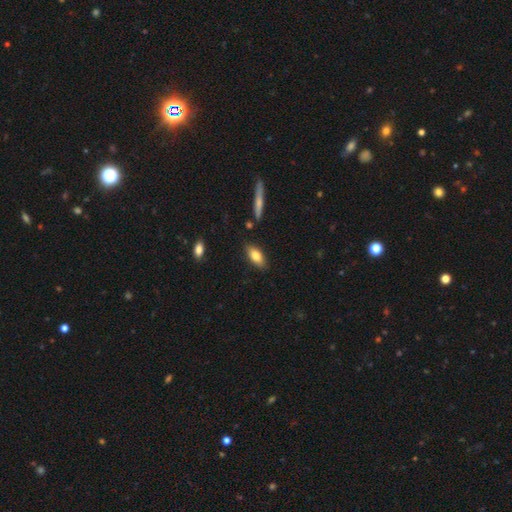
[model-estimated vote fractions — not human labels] This appears to be a smooth galaxy with no disk features (78%) that is in between round and cigar-shaped (81%). Merging: none (84%).